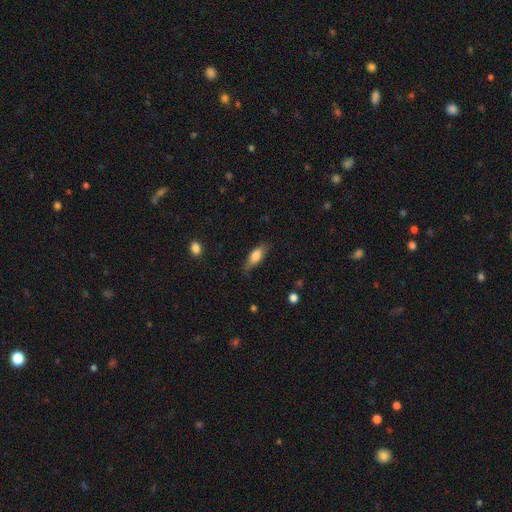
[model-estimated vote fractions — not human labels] A smooth galaxy with no disk features (74%) that is in between round and cigar-shaped (68%).

Vote fractions:
- Smooth or featured? smooth: 74% / featured or disk: 19% / star or artifact: 7%
- How rounded? in between: 68% / cigar-shaped: 29% / round: 3%
- Merging? none: 78% / minor disturbance: 17% / major disturbance: 4% / merger: 1%